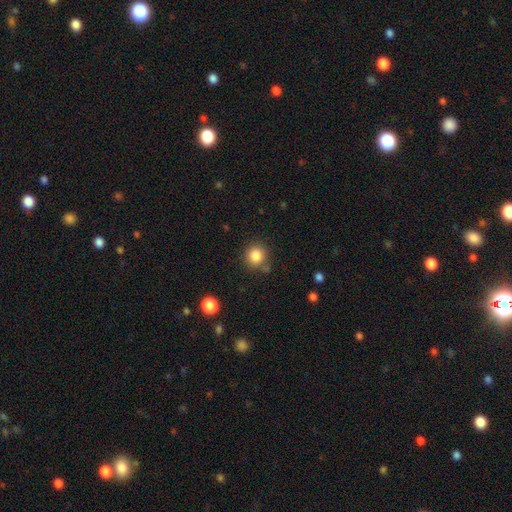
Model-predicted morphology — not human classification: The model was most divided on "merging": none: 78%, minor disturbance: 12%, merger: 5%, major disturbance: 4%. More confident: how rounded — round (90%); smooth or featured — smooth (85%).